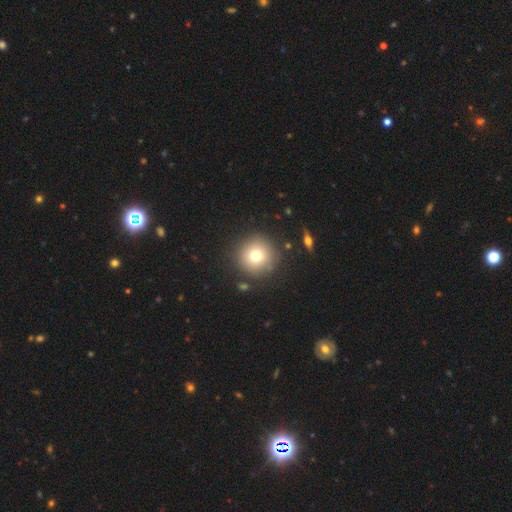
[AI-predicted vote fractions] A smooth galaxy with no disk features (73%) that is round (95%). Merging: none (88%).